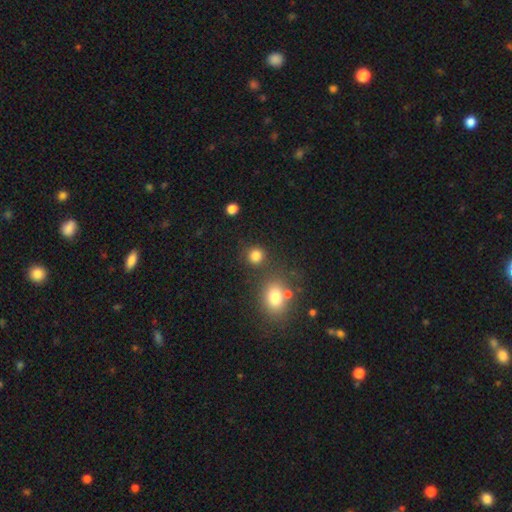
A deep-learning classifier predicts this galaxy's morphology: Smooth or featured? Predicted: smooth (p=0.83). How rounded? Predicted: round (p=0.87). Merging? Predicted: none (p=0.78).